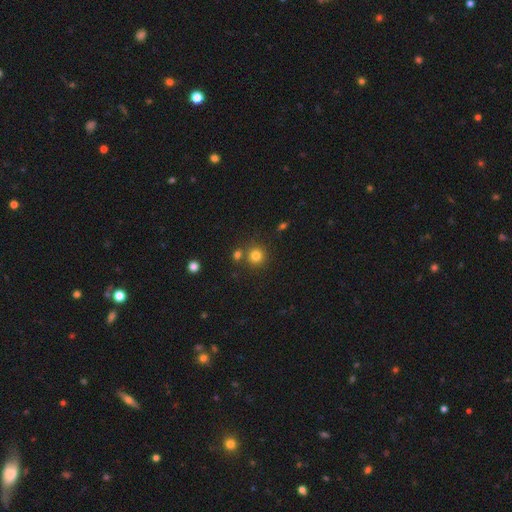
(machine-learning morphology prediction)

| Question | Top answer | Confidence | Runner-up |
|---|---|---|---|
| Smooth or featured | smooth | 80% | star or artifact (14%) |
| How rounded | round | 92% | in between (7%) |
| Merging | none | 75% | merger (14%) |